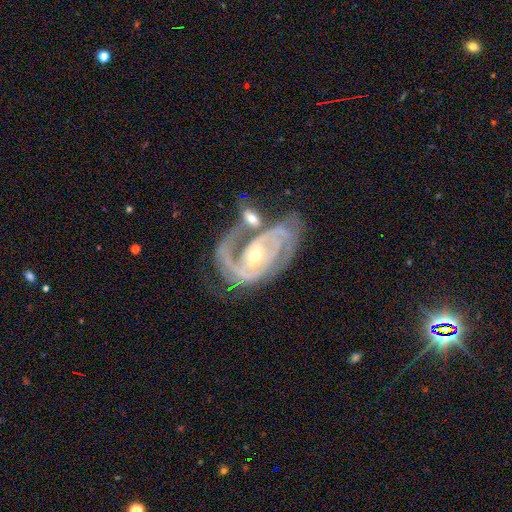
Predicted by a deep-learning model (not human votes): Q: Smooth or featured?
A: featured or disk (91%); runner-up: star or artifact (5%)
Q: Edge-on disk?
A: no (97%); runner-up: yes (3%)
Q: Bar?
A: no (45%); runner-up: weak (37%)
Q: Spiral arms?
A: yes (97%); runner-up: no (3%)
Q: Spiral winding?
A: tight (50%); runner-up: medium (39%)
Q: Spiral arm count?
A: 2 (56%); runner-up: 3 (15%)
Q: Bulge size?
A: small (54%); runner-up: moderate (42%)
Q: Merging?
A: none (34%); runner-up: merger (30%)